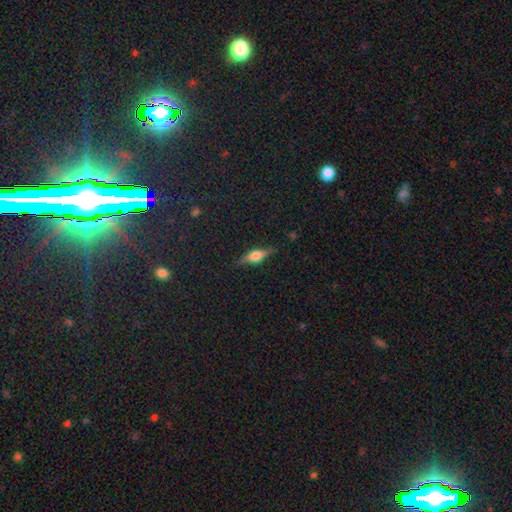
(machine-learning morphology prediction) featured or disk 53%, smooth 38%, star or artifact 9%. Down the decision tree: edge-on disk — yes (93%); merging — none (83%).